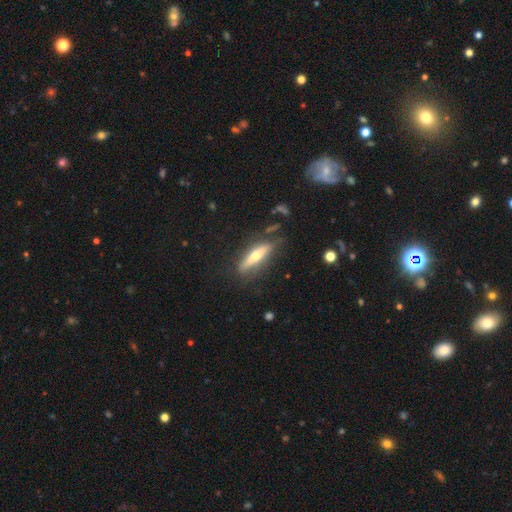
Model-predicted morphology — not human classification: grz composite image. It shows a featured or disk galaxy (54%) viewed edge-on (86%). Merging: none (73%).